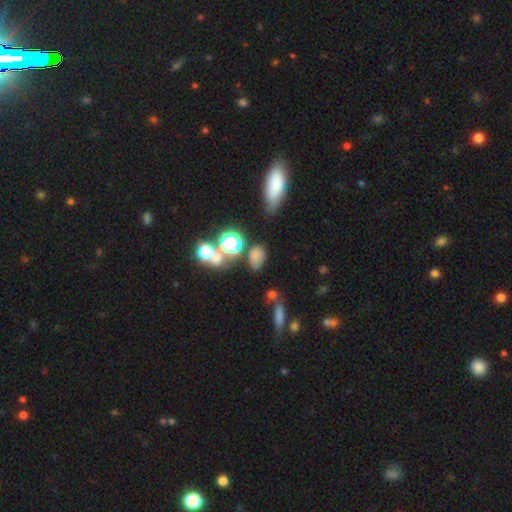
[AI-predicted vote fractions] Smooth or featured?
  - smooth: 69% *
  - star or artifact: 21%
  - featured or disk: 10%
How rounded?
  - in between: 70% *
  - round: 28%
  - cigar-shaped: 3%
Merging?
  - none: 57% *
  - minor disturbance: 19%
  - merger: 15%
  - major disturbance: 9%